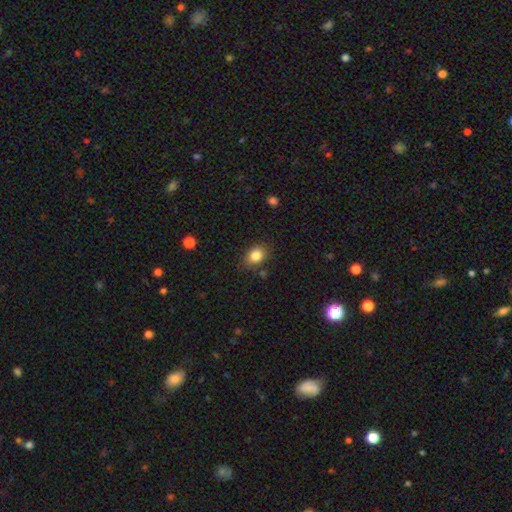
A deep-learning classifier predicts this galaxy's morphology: This appears to be a smooth galaxy with no disk features (84%) that is in between round and cigar-shaped (67%). Merging: none (80%).